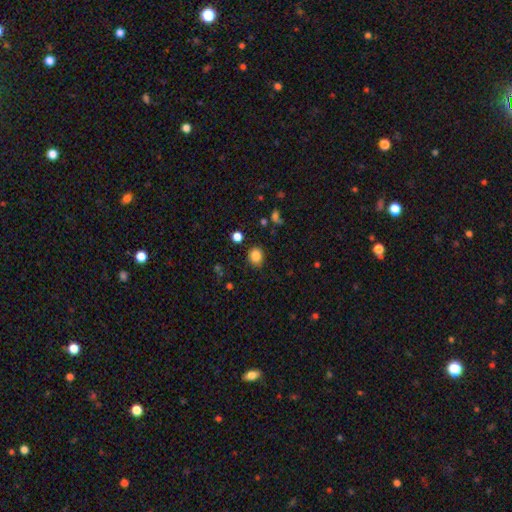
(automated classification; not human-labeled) A smooth galaxy with no disk features (84%) that is round (74%).

Vote fractions:
- Smooth or featured? smooth: 84% / star or artifact: 11% / featured or disk: 5%
- How rounded? round: 74% / in between: 25% / cigar-shaped: 1%
- Merging? none: 85% / minor disturbance: 10% / major disturbance: 3% / merger: 2%